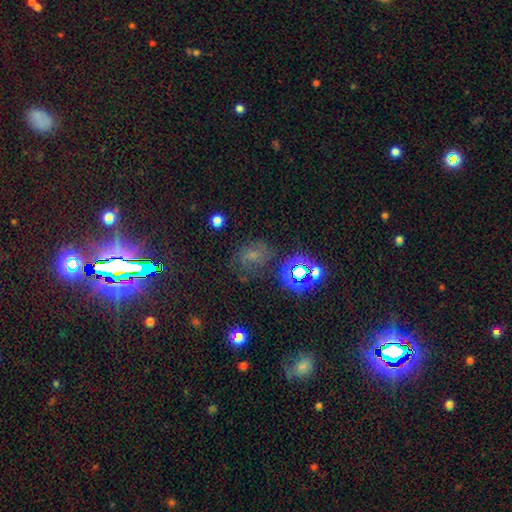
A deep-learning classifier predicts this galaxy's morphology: The model was most divided on "smooth or featured": star or artifact: 43%, smooth: 34%, featured or disk: 23%.